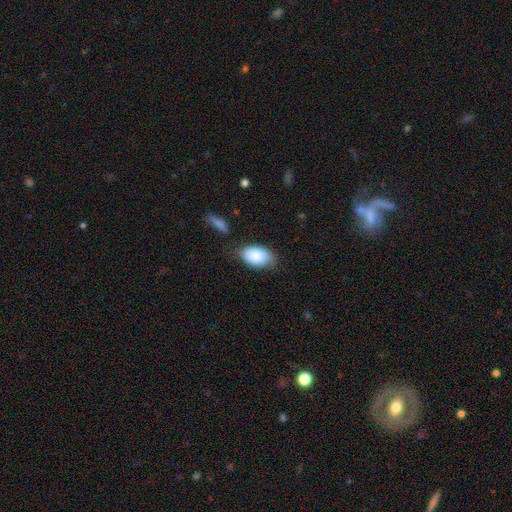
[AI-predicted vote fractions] smooth 87%, featured or disk 6%, star or artifact 6%. Down the decision tree: how rounded — in between (93%); merging — none (68%).